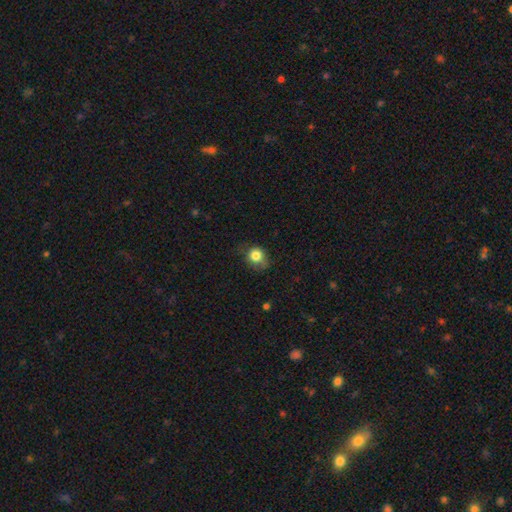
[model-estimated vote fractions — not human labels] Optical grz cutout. It shows a smooth galaxy with no disk features (81%) that is round (74%). Merging: none (56%).